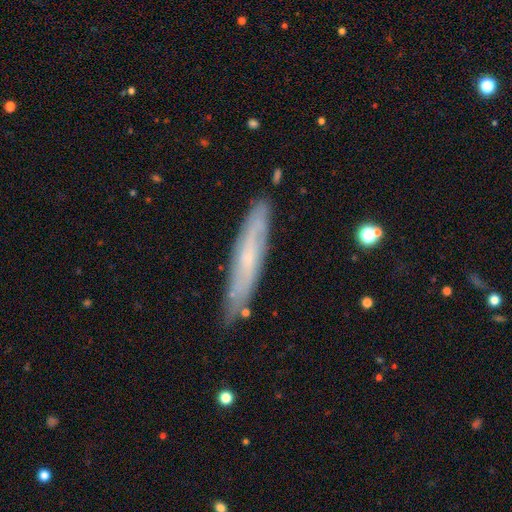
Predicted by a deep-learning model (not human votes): This is possibly a featured or disk galaxy (57%). It is likely viewed edge-on (61%). Merging: likely none (79%).